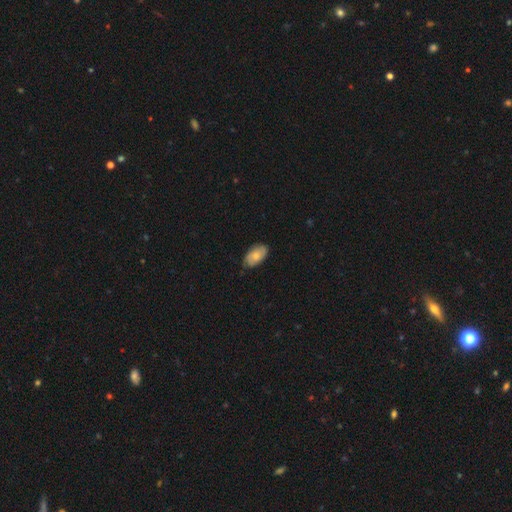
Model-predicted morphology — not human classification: This is likely a smooth galaxy (66%). How rounded: clearly in between (93%). Merging: likely none (75%).